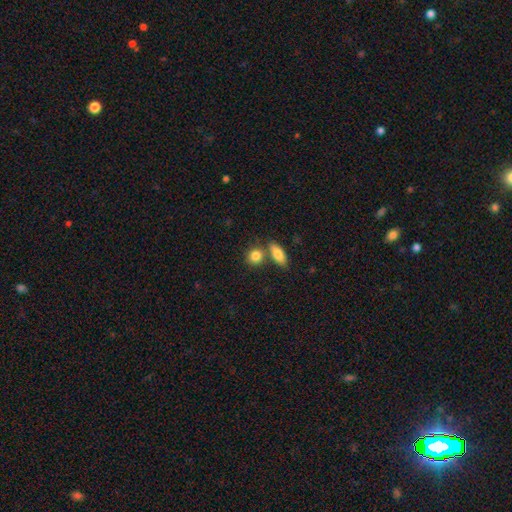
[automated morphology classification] A smooth galaxy with no disk features (84%) that is round (59%).

Vote fractions:
- Smooth or featured? smooth: 84% / featured or disk: 9% / star or artifact: 8%
- How rounded? round: 59% / in between: 36% / cigar-shaped: 4%
- Merging? none: 57% / merger: 30% / minor disturbance: 10% / major disturbance: 3%